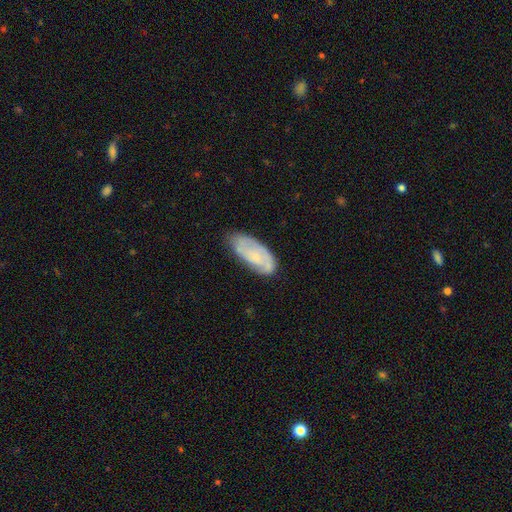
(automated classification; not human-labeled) smooth-or-featured: featured or disk: 54% | smooth: 39% | star or artifact: 7%
  disk-edge-on: no: 92% | yes: 8%
  merging: none: 67% | minor disturbance: 25% | major disturbance: 6% | merger: 2%